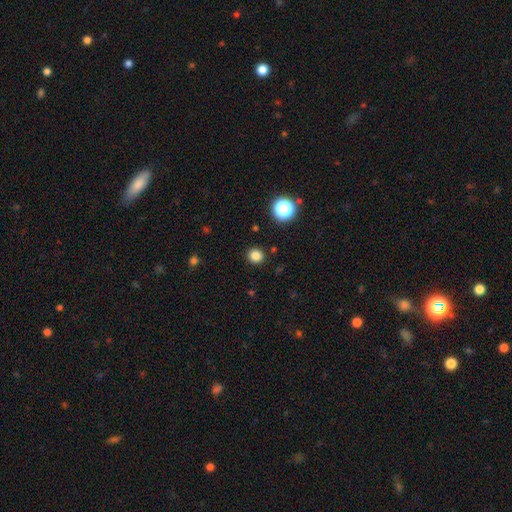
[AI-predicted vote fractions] smooth 83%, star or artifact 14%, featured or disk 4%. Down the decision tree: how rounded — round (89%); merging — none (91%).